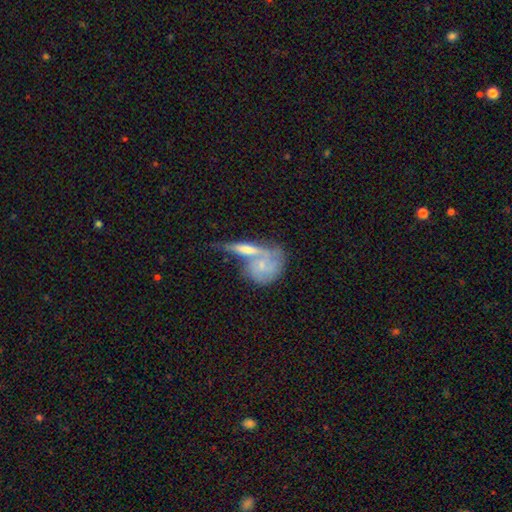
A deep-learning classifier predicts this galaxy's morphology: featured or disk 58%, smooth 33%, star or artifact 10%. Down the decision tree: edge-on disk — no (68%); merging — merger (48%).